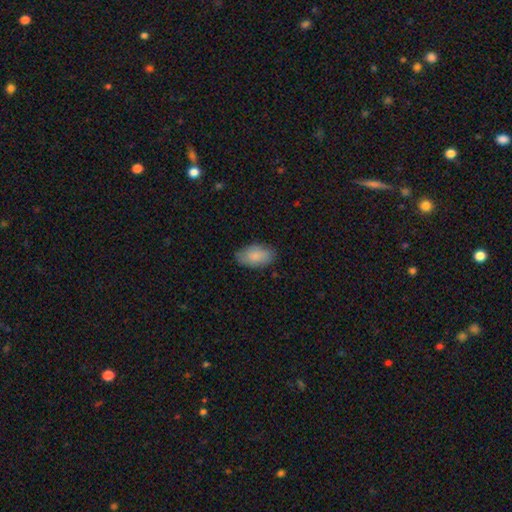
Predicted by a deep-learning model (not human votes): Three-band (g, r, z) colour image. It shows a smooth galaxy with no disk features (85%) that is in between round and cigar-shaped (94%). Merging: none (79%).